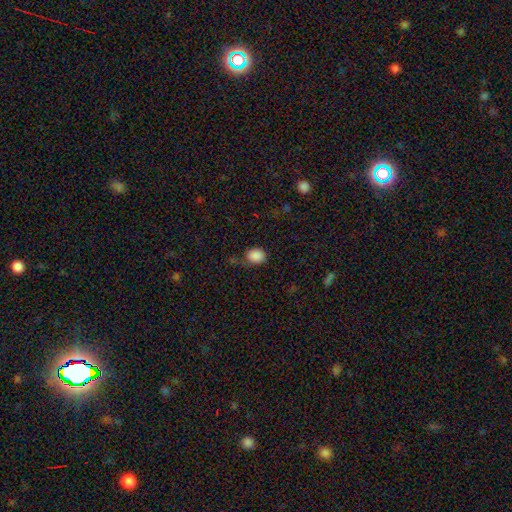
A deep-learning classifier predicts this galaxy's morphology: smooth-or-featured: smooth: 86% | star or artifact: 10% | featured or disk: 4%
  how-rounded: in between: 51% | round: 48% | cigar-shaped: 1%
  merging: none: 61% | minor disturbance: 25% | major disturbance: 10% | merger: 4%